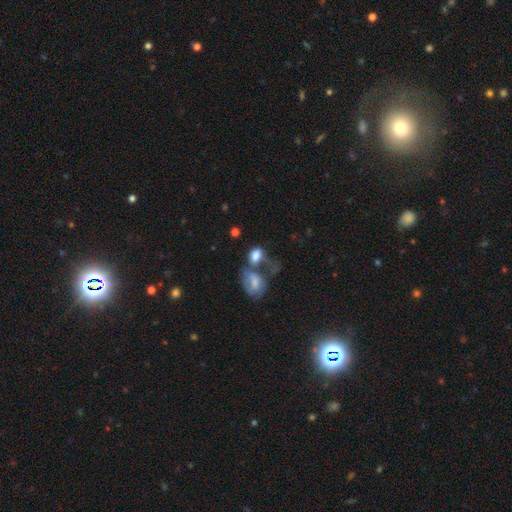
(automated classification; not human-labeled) smooth 69%, featured or disk 22%, star or artifact 9%. Down the decision tree: how rounded — in between (81%); merging — merger (51%).